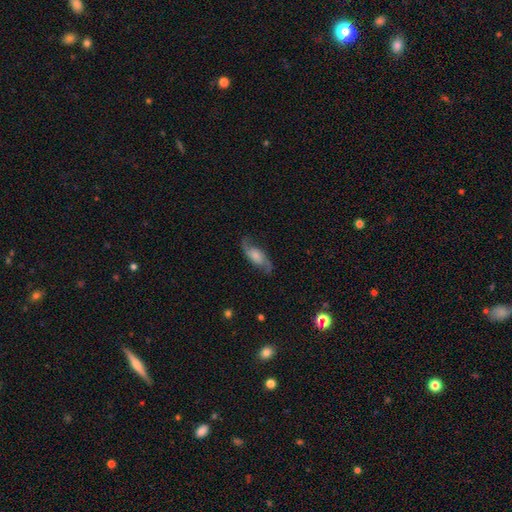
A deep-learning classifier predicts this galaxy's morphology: The model was most divided on "bulge size": moderate: 33%, small: 32%, none: 16%, large: 16%, dominant: 3%. More confident: spiral arms — yes (94%); edge-on disk — no (92%); spiral arm count — 2 (92%); merging — none (76%); smooth or featured — featured or disk (75%); spiral winding — loose (57%); bar — no (57%).